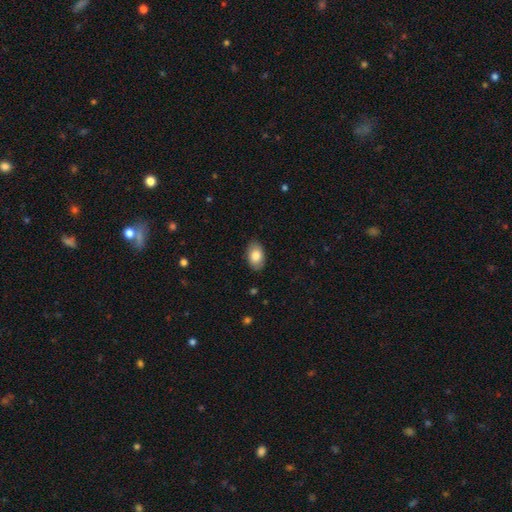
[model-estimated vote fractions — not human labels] This is clearly a smooth galaxy (83%). How rounded: clearly in between (91%). Merging: clearly none (87%).